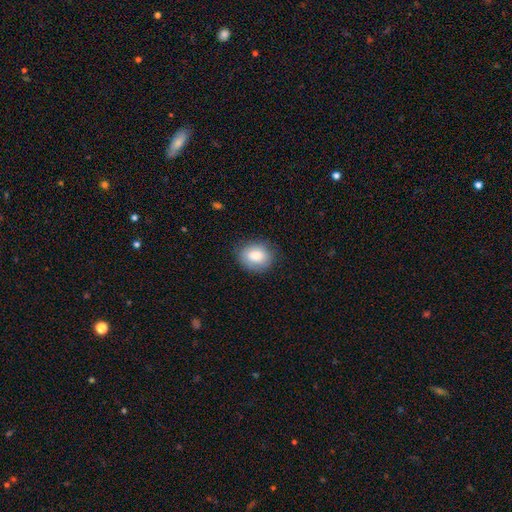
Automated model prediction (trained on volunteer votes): Smooth or featured: smooth — 84% (featured or disk — 9%)
How rounded: in between — 53% (round — 46%)
Merging: none — 82% (minor disturbance — 13%)